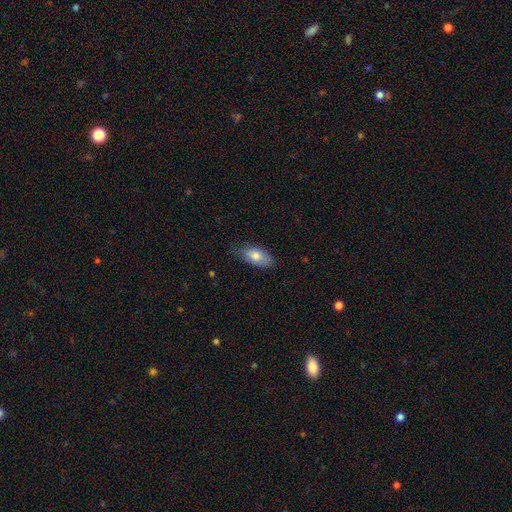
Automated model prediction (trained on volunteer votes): Smooth or featured? Predicted: smooth (p=0.77). How rounded? Predicted: in between (p=0.91). Merging? Predicted: none (p=0.68).